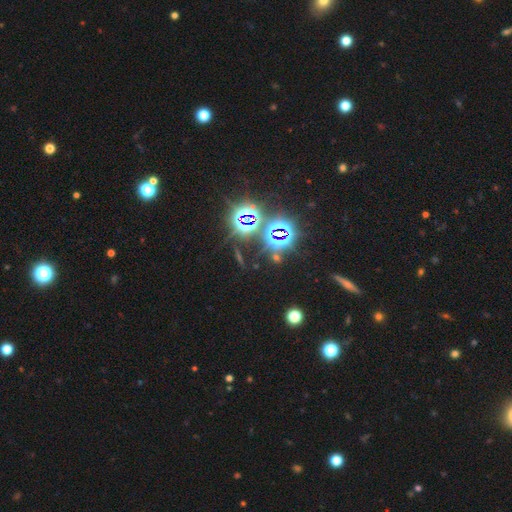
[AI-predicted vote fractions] Smooth or featured? star or artifact (78%)